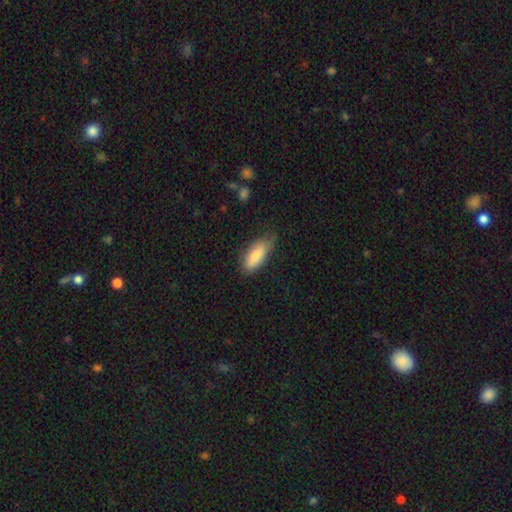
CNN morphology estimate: Q: Smooth or featured?
A: smooth (84%); runner-up: featured or disk (10%)
Q: How rounded?
A: in between (75%); runner-up: cigar-shaped (23%)
Q: Merging?
A: none (63%); runner-up: minor disturbance (29%)